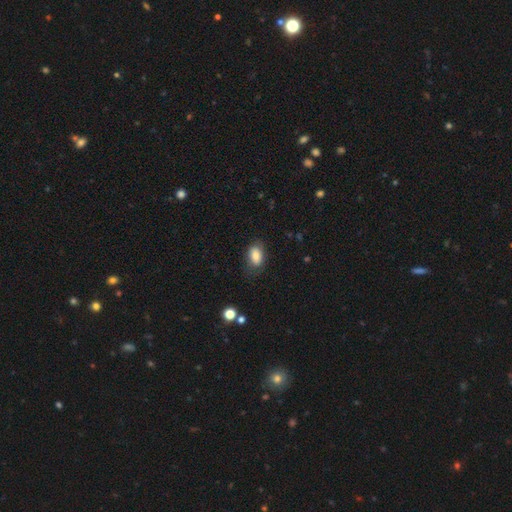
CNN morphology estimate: The model was most divided on "merging": none: 69%, minor disturbance: 21%, major disturbance: 8%, merger: 1%. More confident: how rounded — in between (90%); smooth or featured — smooth (81%).